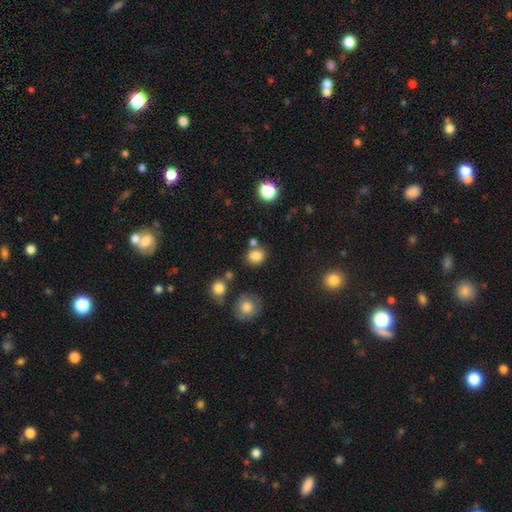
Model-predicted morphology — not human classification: The model was most divided on "how rounded": round: 57%, in between: 42%, cigar-shaped: 1%. More confident: smooth or featured — smooth (82%); merging — none (71%).